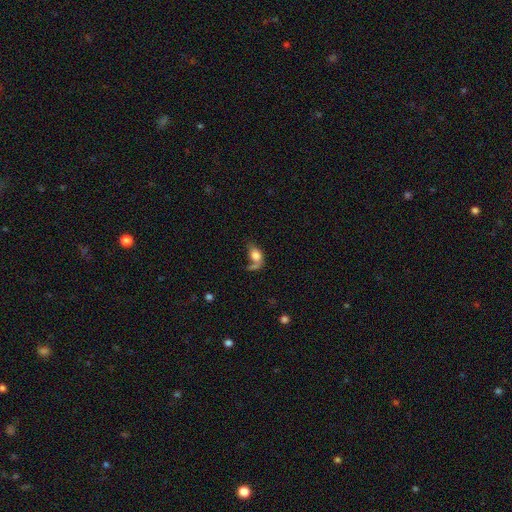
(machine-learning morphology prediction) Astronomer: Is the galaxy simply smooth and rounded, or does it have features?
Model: smooth — 71%.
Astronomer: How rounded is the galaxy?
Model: in between — 80%.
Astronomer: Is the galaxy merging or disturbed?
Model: none — 30% (runner-up: merger, 27%).